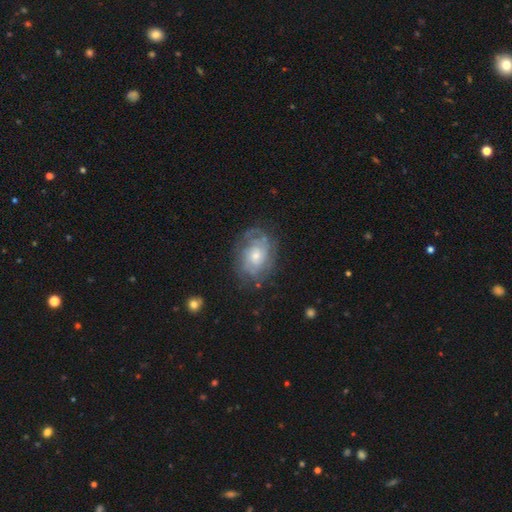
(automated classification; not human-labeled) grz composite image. It shows a featured or disk galaxy (69%) with no bar (79%), tight (62%) spiral arms (76%) and a moderate central bulge (51%). Merging: none (69%).